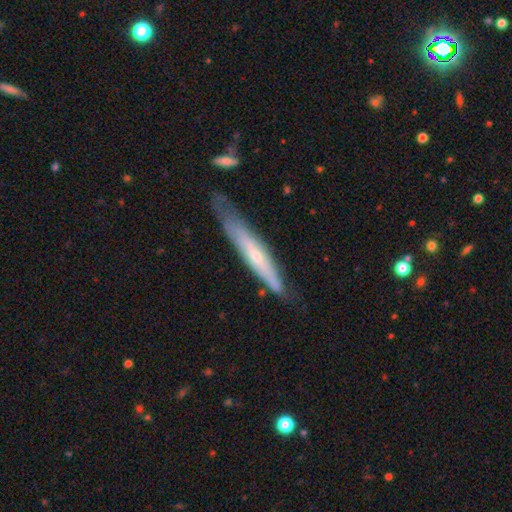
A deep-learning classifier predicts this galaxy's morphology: type=featured or disk (54%); edge-on=yes (75%); merging=none (63%).